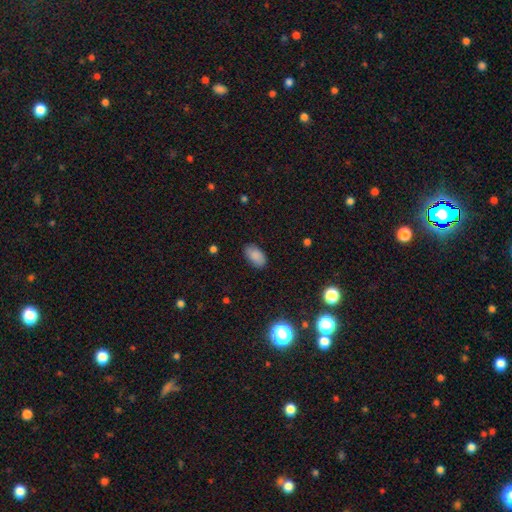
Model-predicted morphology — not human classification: Overall: smooth (85%). How rounded: in between (93%). Merging: none (84%).